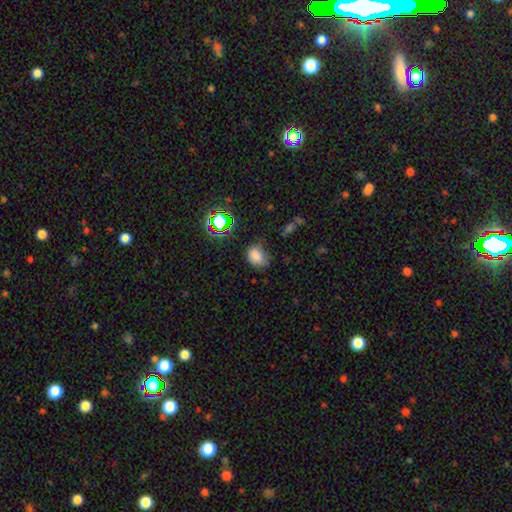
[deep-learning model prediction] A smooth galaxy with no disk features (76%) that is in between round and cigar-shaped (66%).

Vote fractions:
- Smooth or featured? smooth: 76% / star or artifact: 17% / featured or disk: 7%
- How rounded? in between: 66% / round: 33% / cigar-shaped: 1%
- Merging? none: 64% / minor disturbance: 25% / major disturbance: 8% / merger: 3%